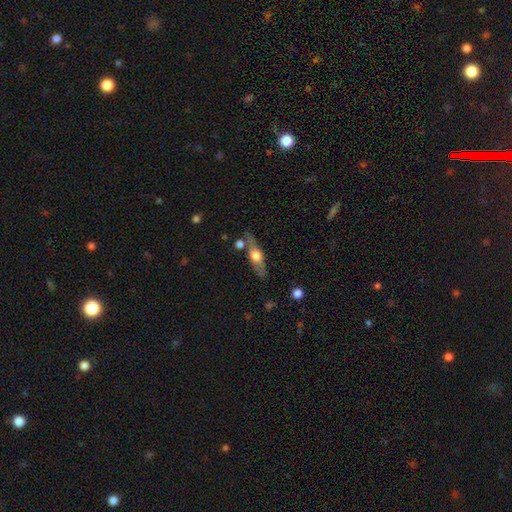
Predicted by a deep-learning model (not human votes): Smooth or featured? featured or disk (52%)
Edge-on disk? yes (82%)
Merging? none (72%)